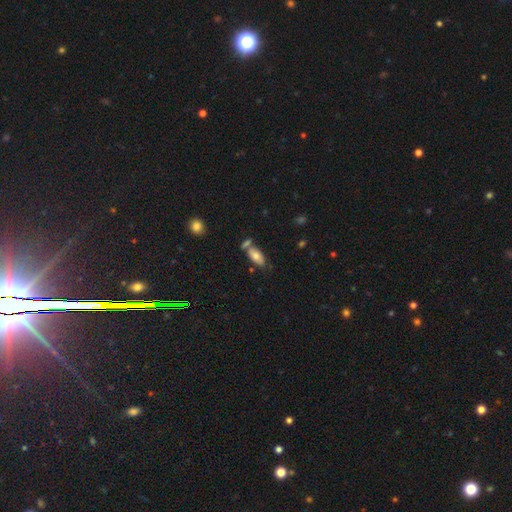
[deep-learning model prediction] Smooth or featured? smooth (73%)
How rounded? in between (89%)
Merging? none (55%)